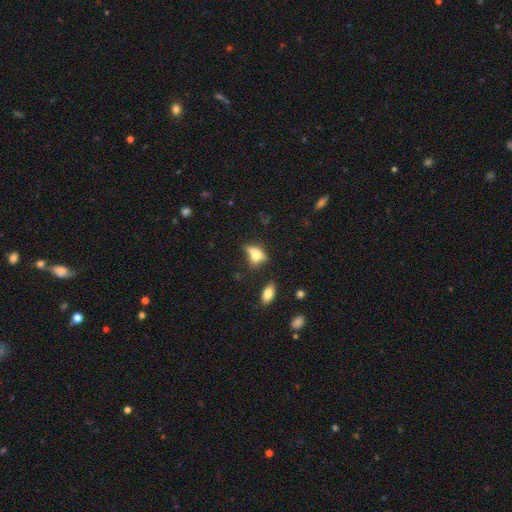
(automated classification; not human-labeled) smooth 56%, featured or disk 31%, star or artifact 13%. Down the decision tree: how rounded — in between (68%); merging — none (42%).